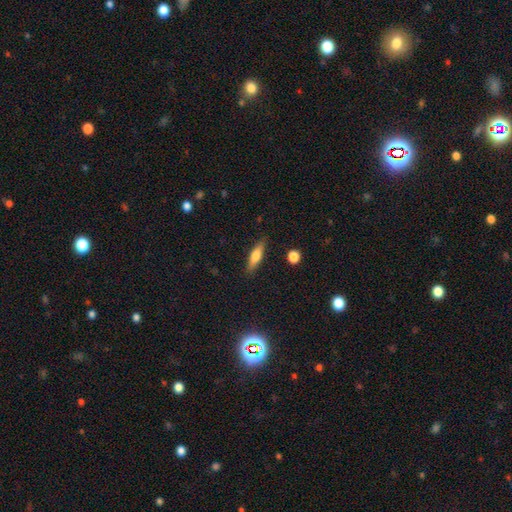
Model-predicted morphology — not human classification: type=smooth (66%); roundness=cigar-shaped (62%); merging=none (85%).